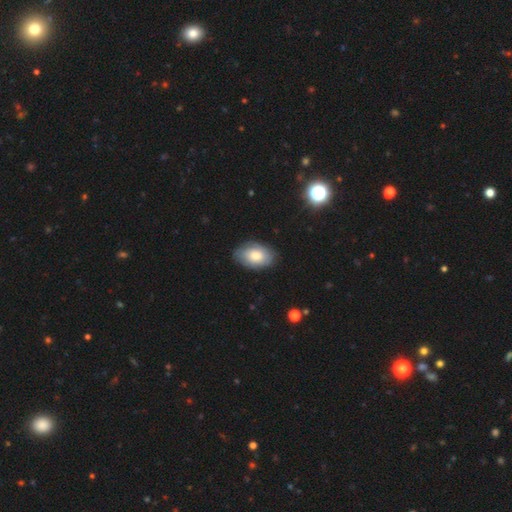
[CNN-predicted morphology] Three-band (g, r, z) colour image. It shows a smooth galaxy with no disk features (64%) that is in between round and cigar-shaped (90%). Merging: none (78%).